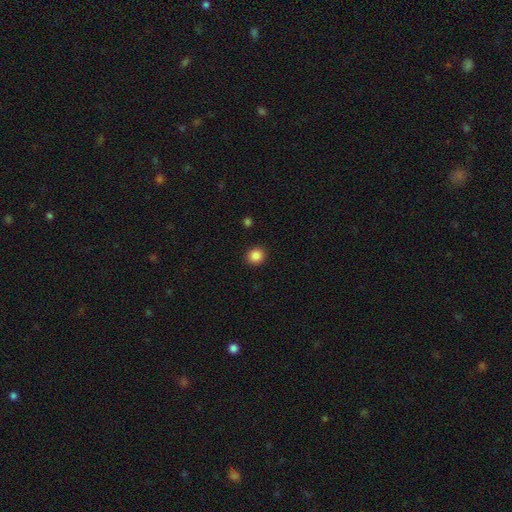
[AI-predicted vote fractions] smooth_or_featured: smooth (p=0.87) [alt: star or artifact p=0.10]
how_rounded: round (p=0.87) [alt: in between p=0.12]
merging: none (p=0.92) [alt: minor disturbance p=0.06]